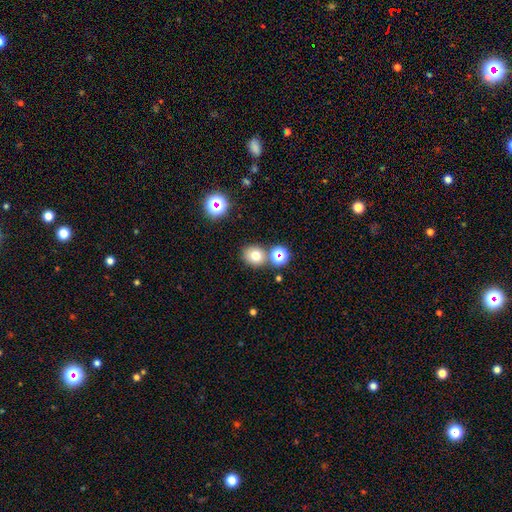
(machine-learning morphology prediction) Q: Smooth or featured?
A: smooth (72%); runner-up: star or artifact (18%)
Q: How rounded?
A: round (78%); runner-up: in between (21%)
Q: Merging?
A: none (74%); runner-up: merger (14%)